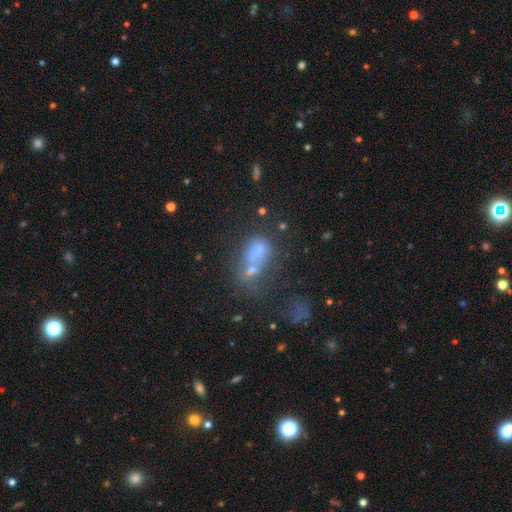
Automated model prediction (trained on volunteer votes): Smooth or featured? smooth (53%)
How rounded? in between (62%)
Merging? merger (59%)